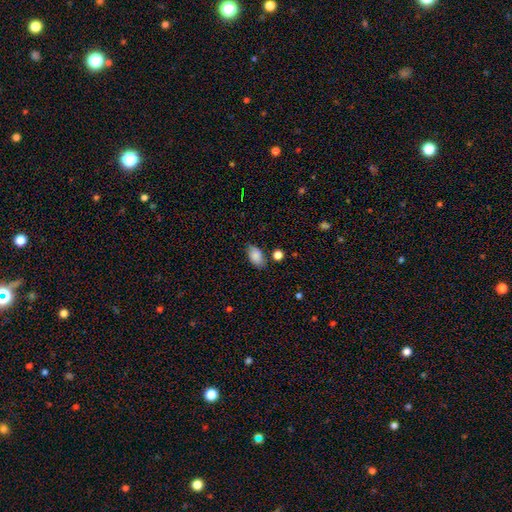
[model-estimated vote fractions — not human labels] This is clearly a smooth galaxy (86%). How rounded: clearly in between (92%). Merging: likely none (77%).